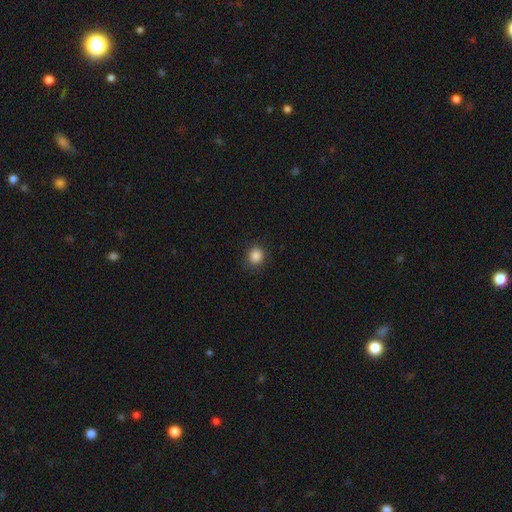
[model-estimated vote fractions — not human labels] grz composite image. It shows a smooth galaxy with no disk features (87%) that is round (77%). Merging: none (85%).